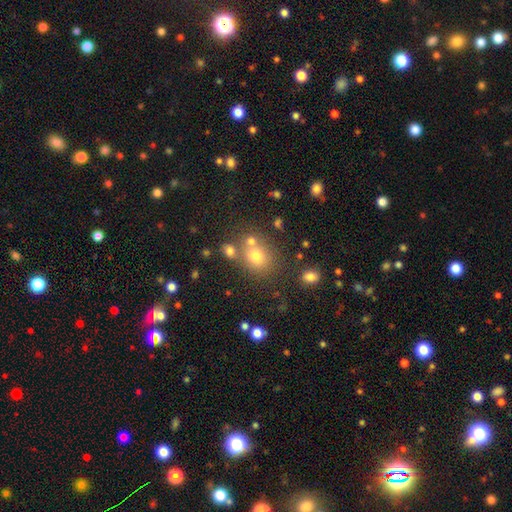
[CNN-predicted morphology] Smooth or featured? smooth (71%)
How rounded? round (71%)
Merging? none (62%)